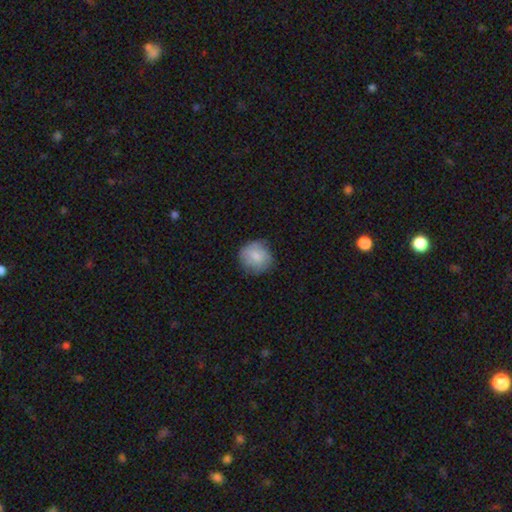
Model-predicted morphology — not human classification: smooth-or-featured: smooth: 81% | featured or disk: 12% | star or artifact: 7%
  how-rounded: round: 87% | in between: 12% | cigar-shaped: 1%
  merging: none: 75% | minor disturbance: 20% | major disturbance: 4% | merger: 1%